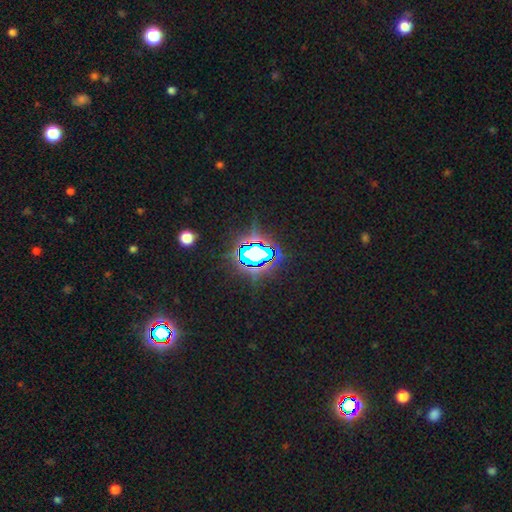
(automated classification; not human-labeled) Q: Smooth or featured?
A: star or artifact (74%); runner-up: smooth (14%)